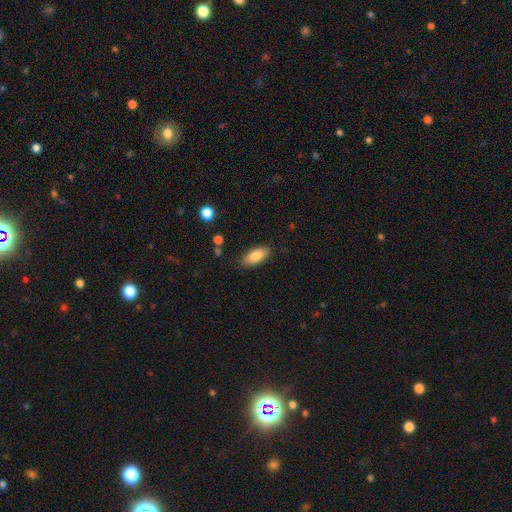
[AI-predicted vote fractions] Smooth or featured? Predicted: smooth (p=0.84). How rounded? Predicted: in between (p=0.86). Merging? Predicted: none (p=0.85).